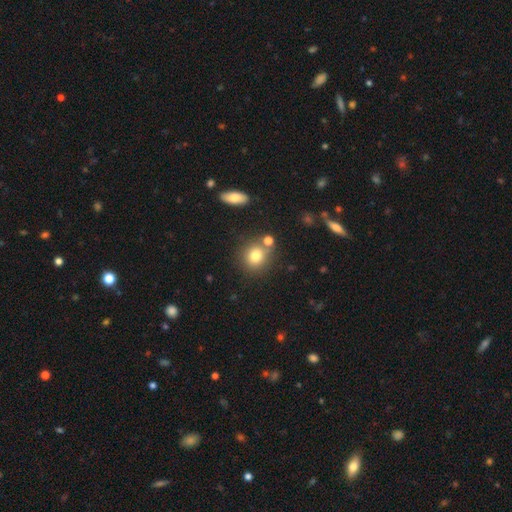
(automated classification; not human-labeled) This appears to be a smooth galaxy with no disk features (77%) that is round (81%). Merging: none (69%).